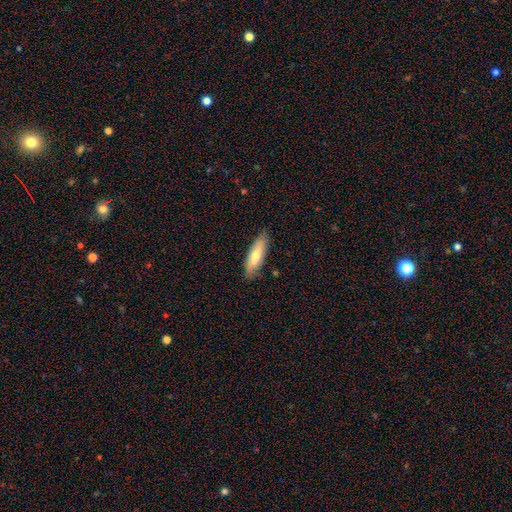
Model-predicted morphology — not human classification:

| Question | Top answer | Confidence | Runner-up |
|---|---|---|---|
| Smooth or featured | smooth | 65% | featured or disk (29%) |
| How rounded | cigar-shaped | 51% | in between (47%) |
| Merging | none | 83% | minor disturbance (13%) |